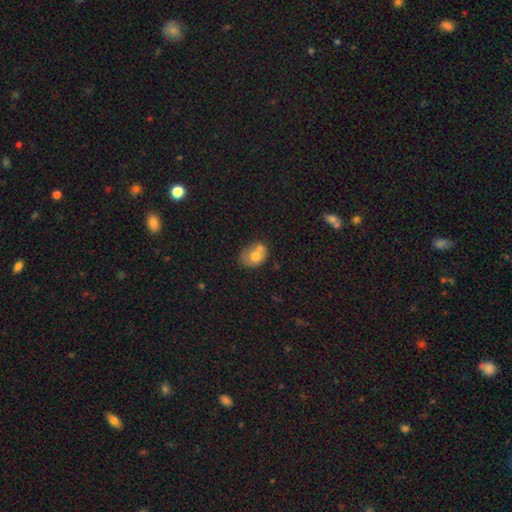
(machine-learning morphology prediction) type=smooth (66%); roundness=in between (57%); merging=none (42%).